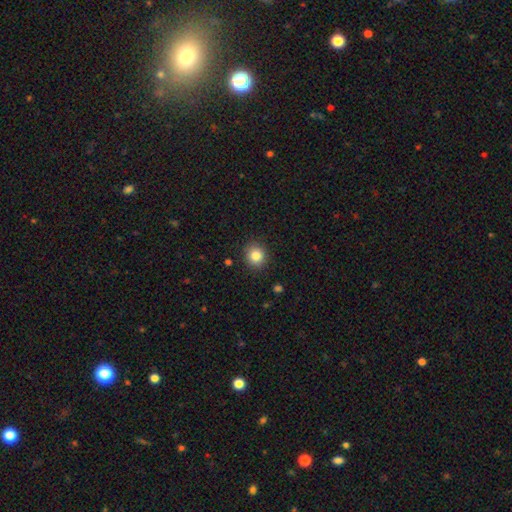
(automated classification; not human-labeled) Smooth or featured? Predicted: smooth (p=0.84). How rounded? Predicted: round (p=0.85). Merging? Predicted: none (p=0.90).